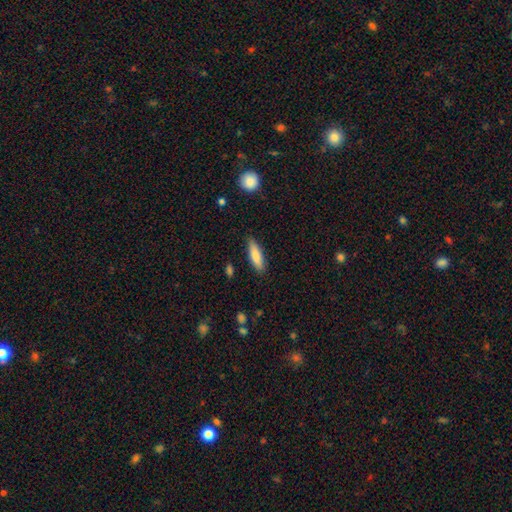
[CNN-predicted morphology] Smooth or featured? smooth (82%)
How rounded? cigar-shaped (59%)
Merging? none (85%)